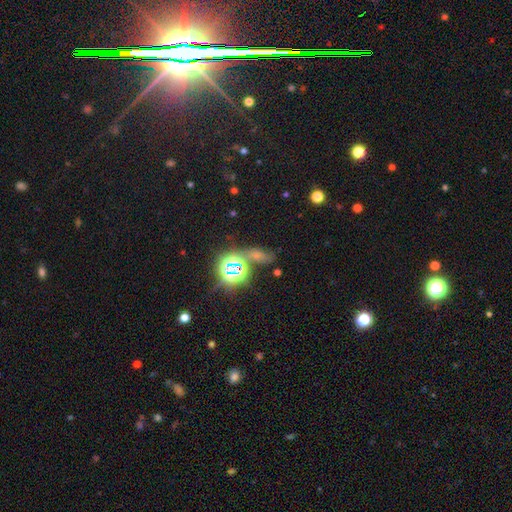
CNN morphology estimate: A star or artifact, not a galaxy (55%).